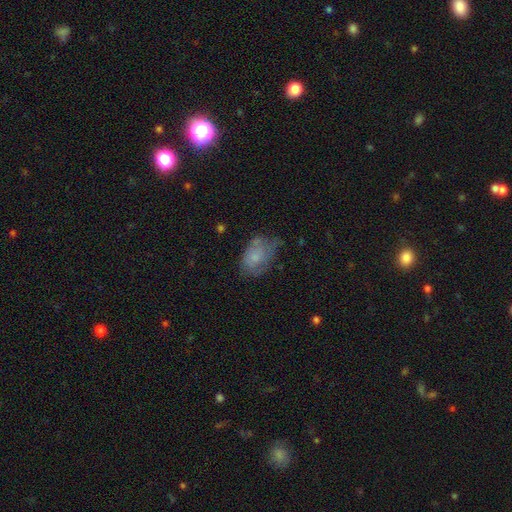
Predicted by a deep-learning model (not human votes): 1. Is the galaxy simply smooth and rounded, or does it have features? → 62% smooth, 28% featured or disk, 9% star or artifact.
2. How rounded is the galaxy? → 84% in between, 14% round, 2% cigar-shaped.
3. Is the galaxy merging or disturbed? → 42% none, 35% minor disturbance, 19% major disturbance, 4% merger.